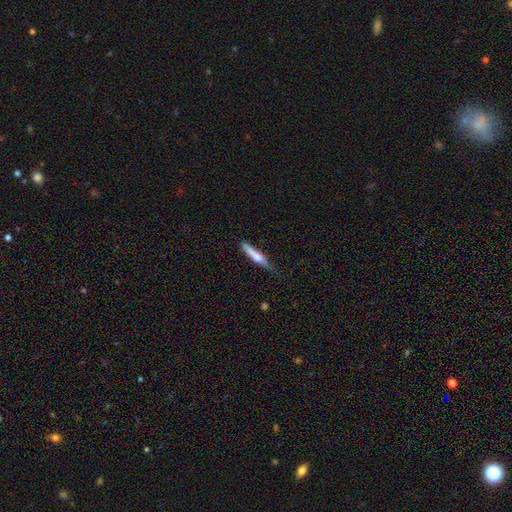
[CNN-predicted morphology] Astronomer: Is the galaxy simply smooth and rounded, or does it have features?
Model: smooth — 58% (runner-up: featured or disk, 36%).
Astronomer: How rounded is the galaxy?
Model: cigar-shaped — 90%.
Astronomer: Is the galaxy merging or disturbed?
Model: none — 67%.